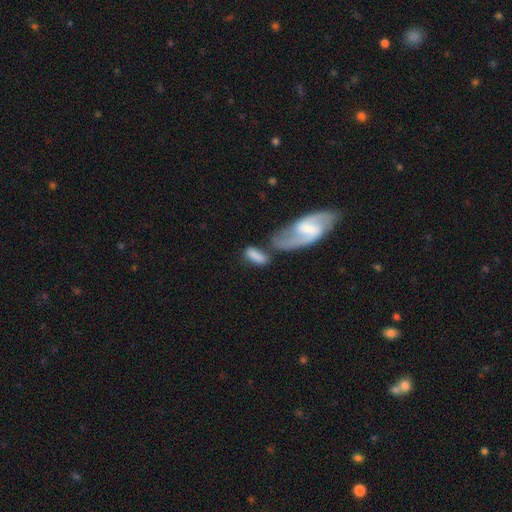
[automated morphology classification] The model was most divided on "merging": none: 38%, merger: 33%, minor disturbance: 17%, major disturbance: 12%. More confident: how rounded — in between (81%); smooth or featured — smooth (73%).